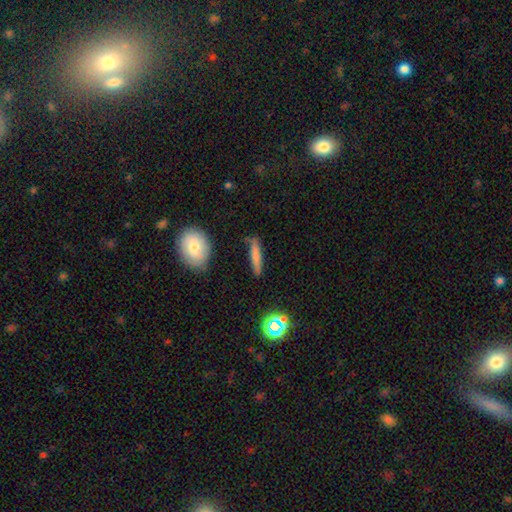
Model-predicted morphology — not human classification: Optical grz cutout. It shows a smooth galaxy with no disk features (72%) that is cigar-shaped (86%). Merging: none (77%).